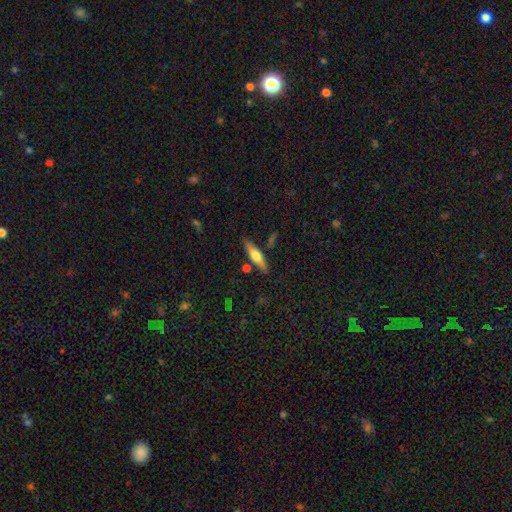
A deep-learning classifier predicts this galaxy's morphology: Smooth or featured? Predicted: smooth (p=0.48). Merging? Predicted: none (p=0.81).